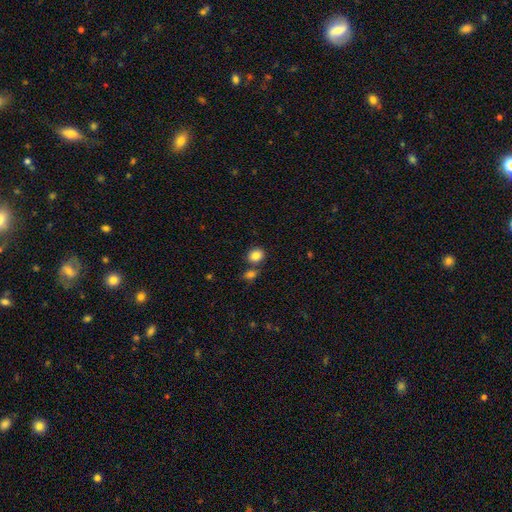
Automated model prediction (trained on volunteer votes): Smooth or featured? Predicted: smooth (p=0.85). How rounded? Predicted: round (p=0.67). Merging? Predicted: none (p=0.69).